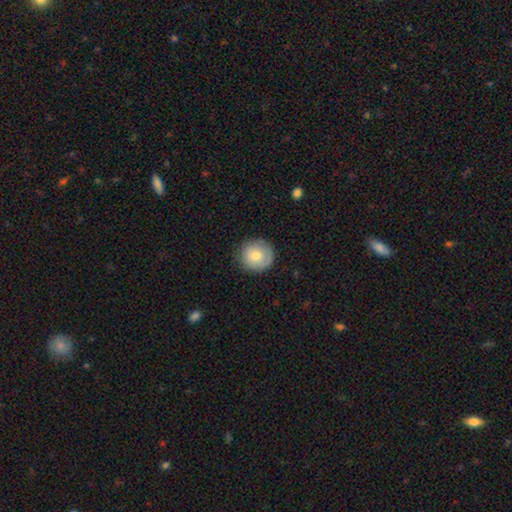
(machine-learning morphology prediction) type=smooth (75%); roundness=round (93%); merging=none (85%).